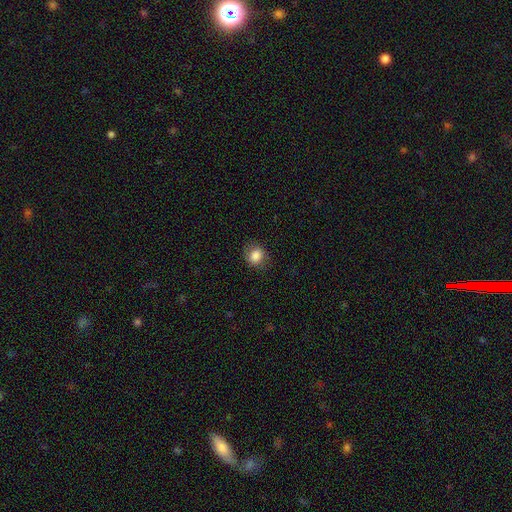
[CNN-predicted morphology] The model was most divided on "how rounded": round: 67%, in between: 32%, cigar-shaped: 1%. More confident: smooth or featured — smooth (83%); merging — none (77%).